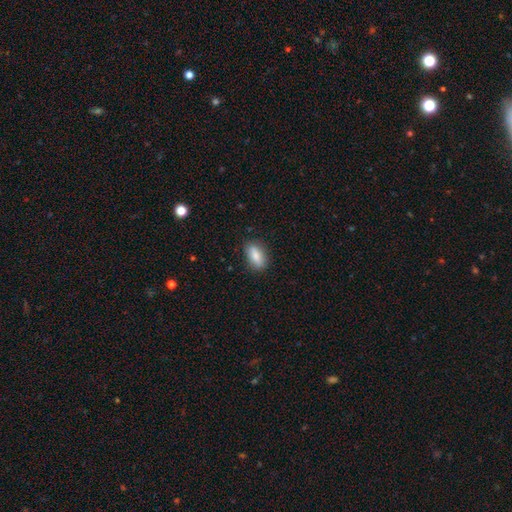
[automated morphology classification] This appears to be a smooth galaxy with no disk features (82%) that is in between round and cigar-shaped (81%). Merging: none (83%).